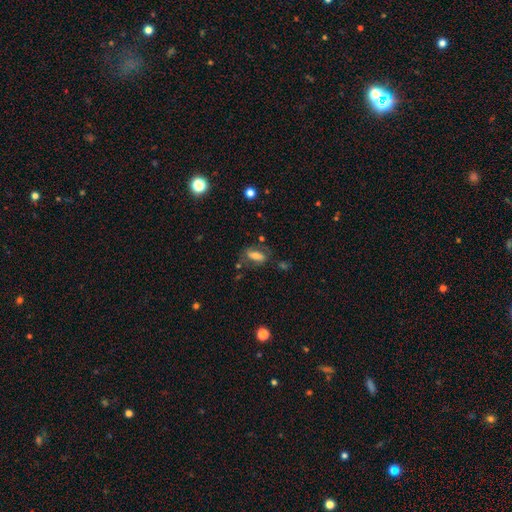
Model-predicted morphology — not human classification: Smooth or featured? smooth (57%)
How rounded? in between (76%)
Merging? none (60%)